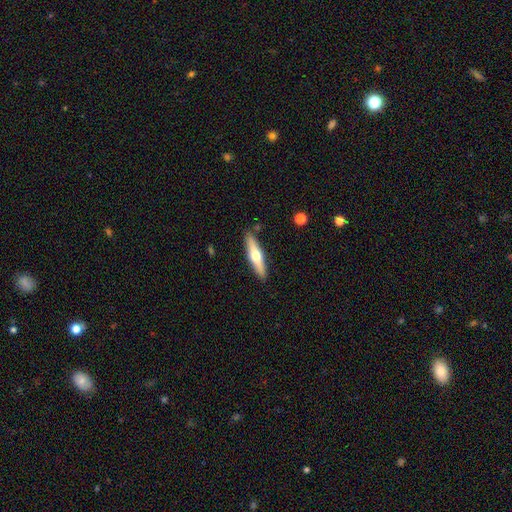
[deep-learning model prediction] smooth_or_featured: featured or disk (p=0.53) [alt: smooth p=0.42]
disk_edge_on: yes (p=0.93) [alt: no p=0.07]
merging: none (p=0.89) [alt: minor disturbance p=0.08]